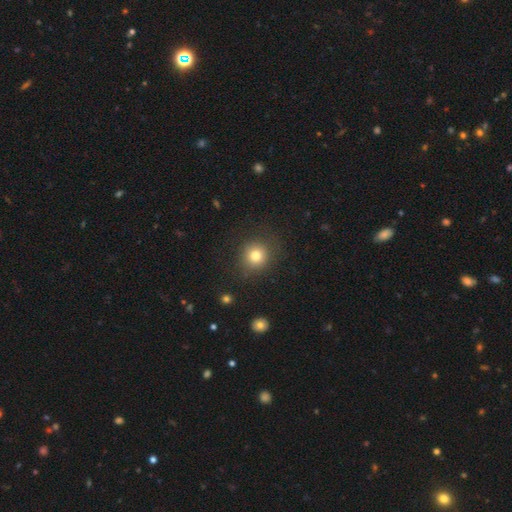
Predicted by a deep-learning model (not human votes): This appears to be a smooth galaxy with no disk features (79%) that is round (88%). Merging: none (83%).